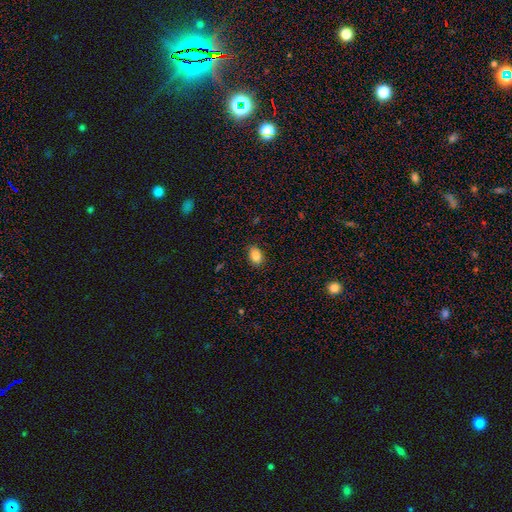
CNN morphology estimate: A smooth galaxy with no disk features (86%) that is in between round and cigar-shaped (83%).

Vote fractions:
- Smooth or featured? smooth: 86% / star or artifact: 9% / featured or disk: 5%
- How rounded? in between: 83% / round: 16% / cigar-shaped: 1%
- Merging? none: 86% / minor disturbance: 10% / major disturbance: 2% / merger: 1%